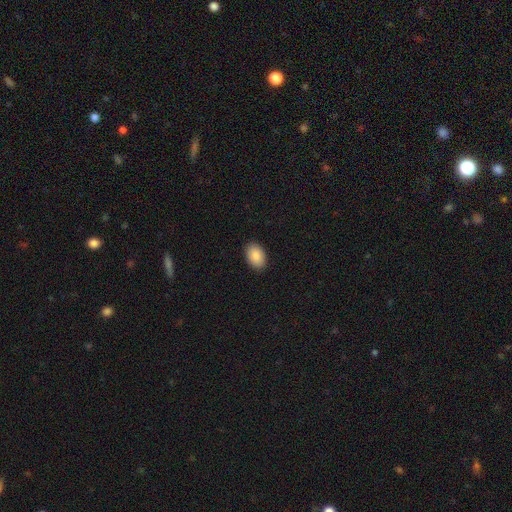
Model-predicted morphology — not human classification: smooth 90%, star or artifact 6%, featured or disk 4%. Down the decision tree: how rounded — in between (88%); merging — none (90%).